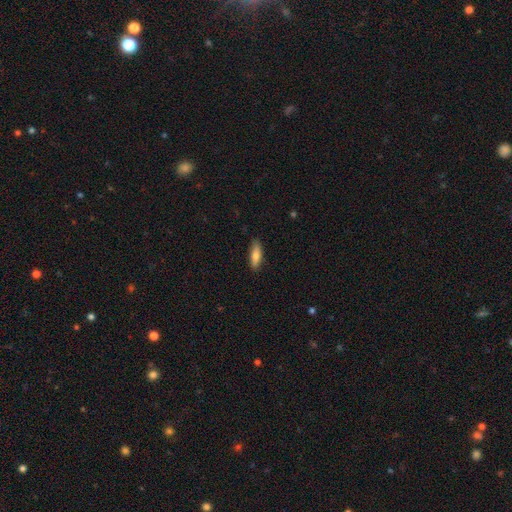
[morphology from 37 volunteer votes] Volunteers were most divided on "how rounded": cigar-shaped: 64%, in between: 33%, round: 3%. More confident: smooth or featured — smooth (89%); merging — none (89%).